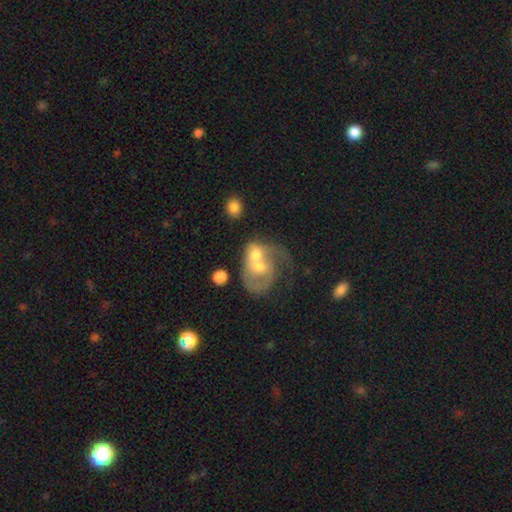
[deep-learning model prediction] A featured or disk galaxy (52%) with no bar (78%), no spiral arms (50%, tied with yes) and a moderate central bulge (63%). Merging: merger (67%).